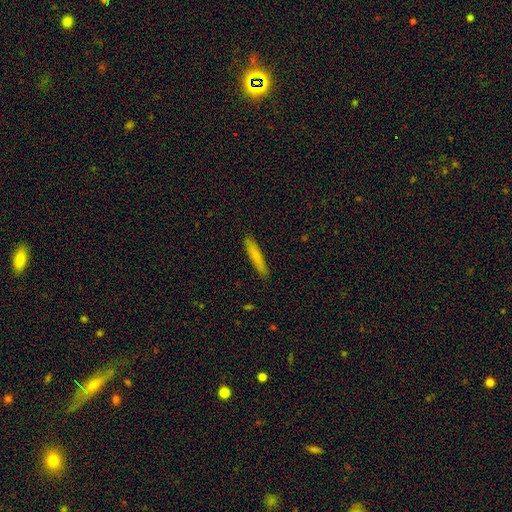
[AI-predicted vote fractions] A smooth galaxy with no disk features (79%) that is cigar-shaped (93%). Merging: none (90%).